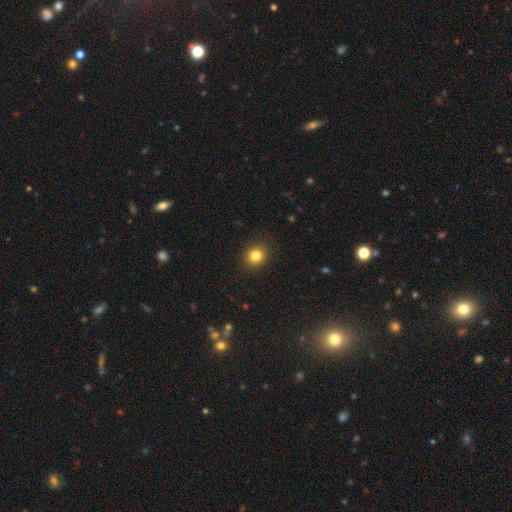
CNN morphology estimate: This is clearly a smooth galaxy (83%). How rounded: likely round (77%). Merging: clearly none (90%).